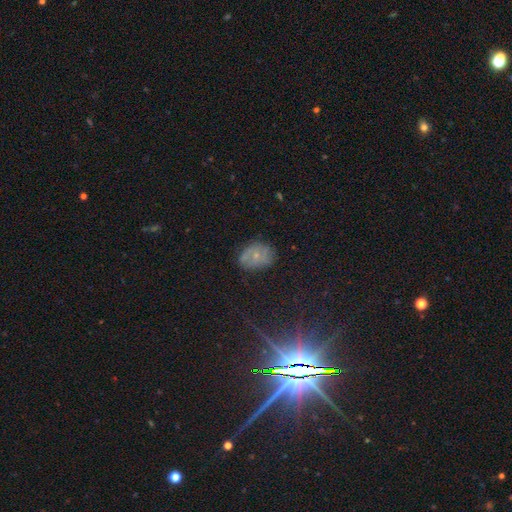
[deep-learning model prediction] Q: Smooth or featured?
A: featured or disk (42%); runner-up: smooth (39%)
Q: Merging?
A: none (70%); runner-up: minor disturbance (21%)